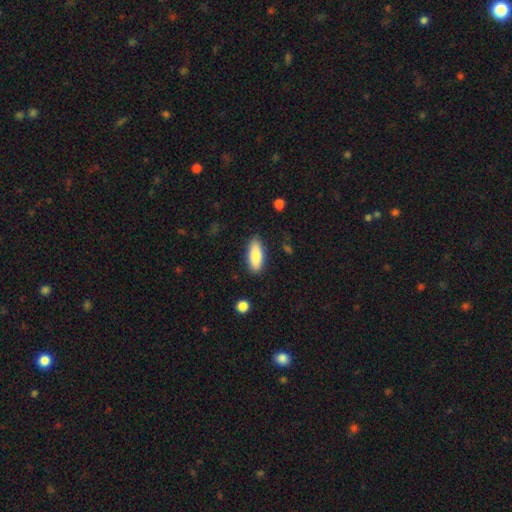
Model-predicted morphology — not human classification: Overall: smooth (82%). How rounded: in between (74%). Merging: none (86%).